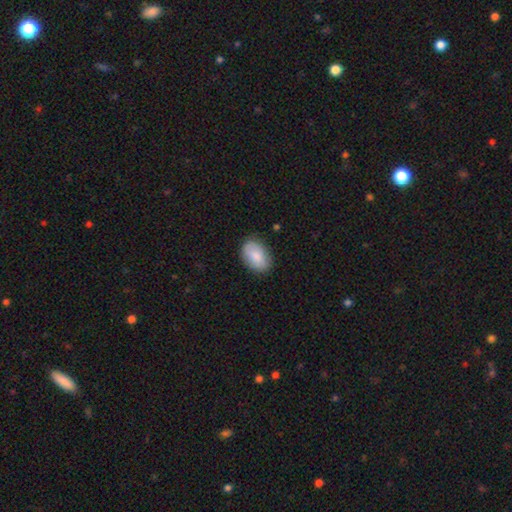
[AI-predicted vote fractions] This appears to be a smooth galaxy with no disk features (84%) that is in between round and cigar-shaped (88%). Merging: none (83%).